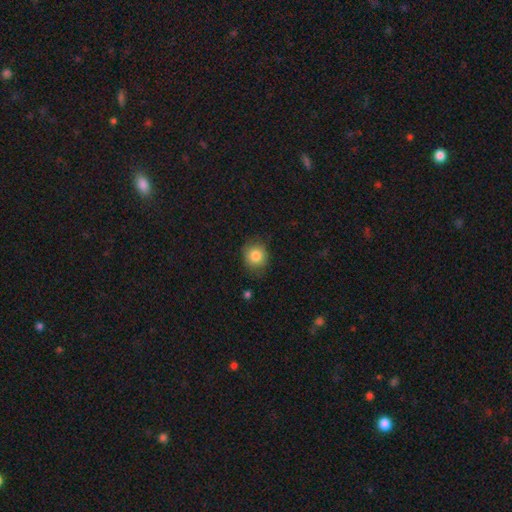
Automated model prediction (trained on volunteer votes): Smooth or featured? Predicted: smooth (p=0.83). How rounded? Predicted: round (p=0.81). Merging? Predicted: none (p=0.78).